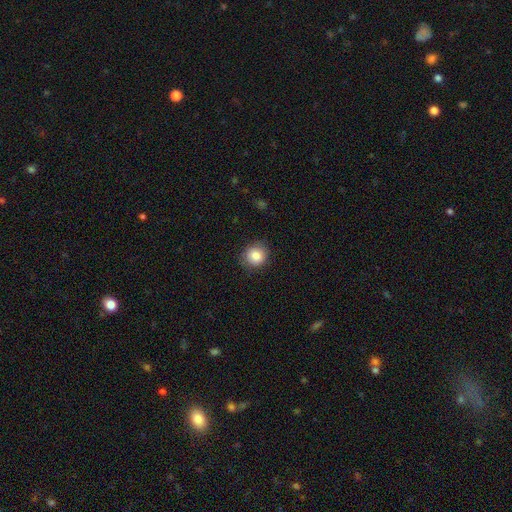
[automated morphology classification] A smooth galaxy with no disk features (85%) that is round (88%). Merging: none (85%).